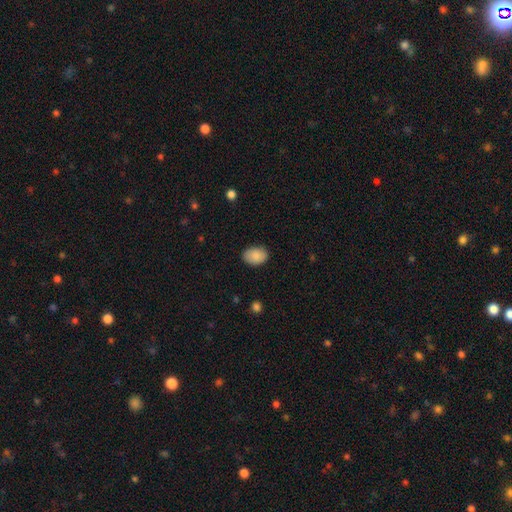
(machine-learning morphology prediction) Smooth or featured? Predicted: smooth (p=0.88). How rounded? Predicted: in between (p=0.81). Merging? Predicted: none (p=0.85).